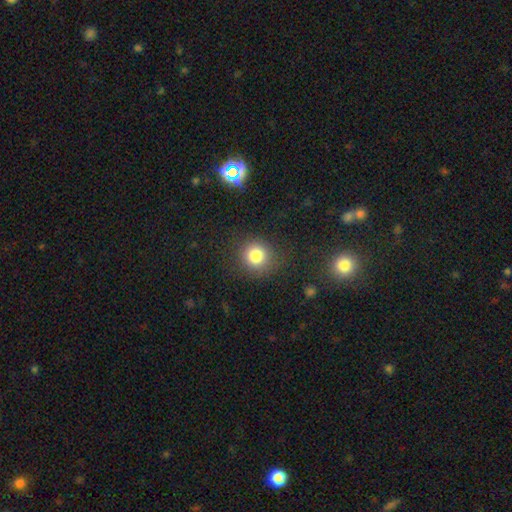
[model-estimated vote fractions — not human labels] This is clearly a smooth galaxy (81%). How rounded: clearly round (90%). Merging: clearly none (84%).